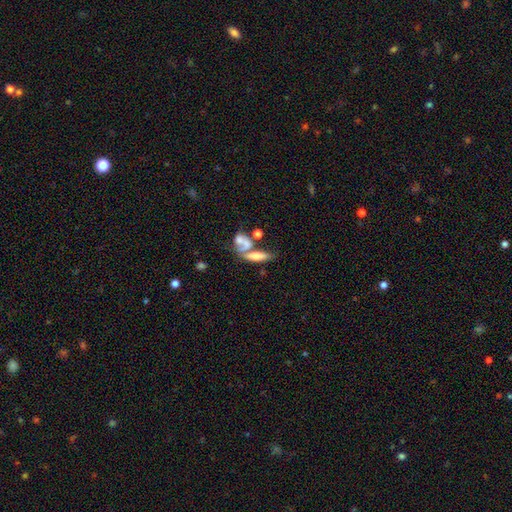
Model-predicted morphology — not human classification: A smooth galaxy with no disk features (56%) that is in between round and cigar-shaped (61%).

Vote fractions:
- Smooth or featured? smooth: 56% / featured or disk: 33% / star or artifact: 11%
- How rounded? in between: 61% / cigar-shaped: 32% / round: 7%
- Merging? merger: 54% / none: 23% / major disturbance: 12% / minor disturbance: 11%